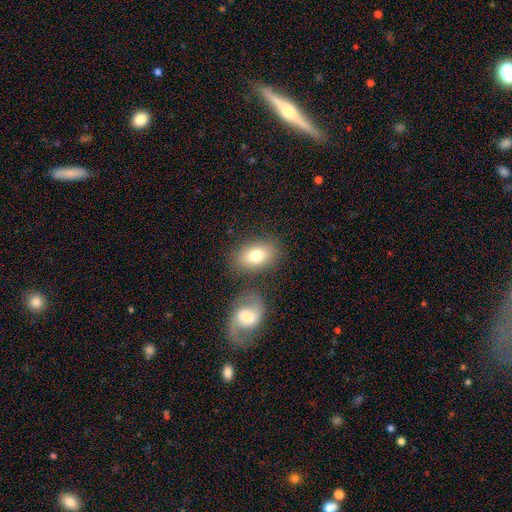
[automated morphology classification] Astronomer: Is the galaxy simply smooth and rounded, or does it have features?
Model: smooth — 78%.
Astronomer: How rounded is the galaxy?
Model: in between — 83%.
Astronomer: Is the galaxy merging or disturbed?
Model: none — 74%.